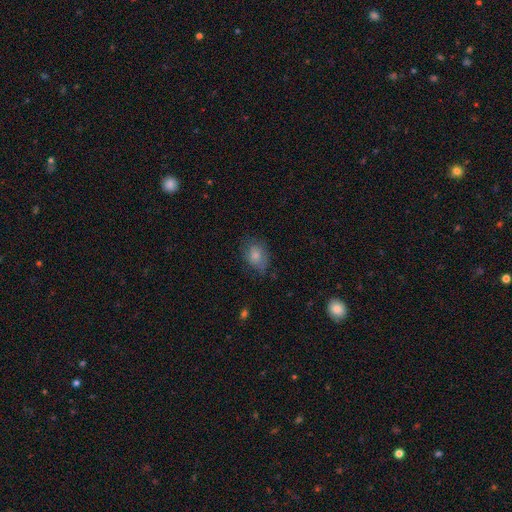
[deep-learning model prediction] smooth 74%, featured or disk 16%, star or artifact 9%. Down the decision tree: how rounded — in between (64%); merging — none (59%).